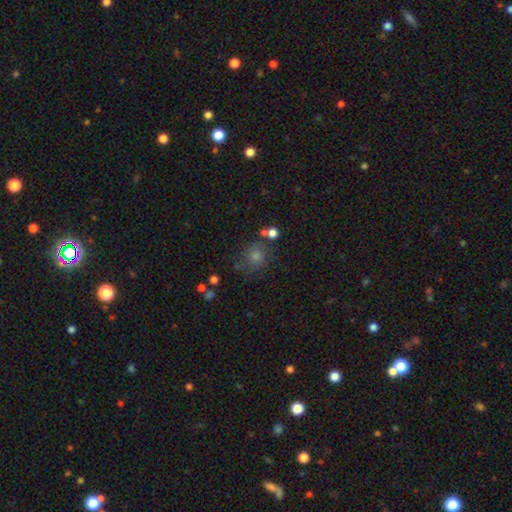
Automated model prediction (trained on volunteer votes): Smooth or featured?
  - smooth: 72% *
  - star or artifact: 19%
  - featured or disk: 9%
How rounded?
  - round: 84% *
  - in between: 15%
  - cigar-shaped: 1%
Merging?
  - none: 70% *
  - minor disturbance: 15%
  - merger: 9%
  - major disturbance: 7%